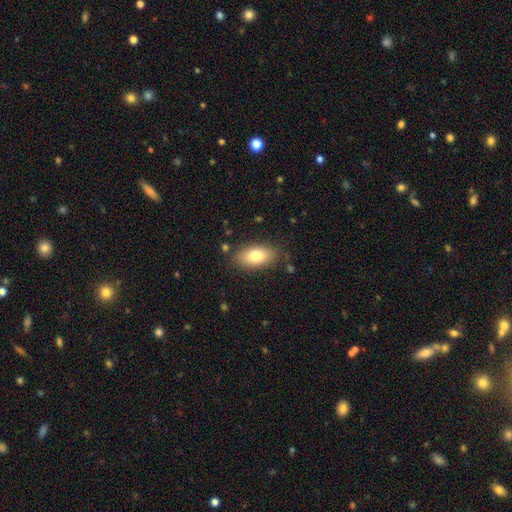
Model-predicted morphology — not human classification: Smooth or featured?
  - smooth: 80% *
  - featured or disk: 13%
  - star or artifact: 7%
How rounded?
  - in between: 91% *
  - round: 5%
  - cigar-shaped: 4%
Merging?
  - none: 83% *
  - minor disturbance: 12%
  - major disturbance: 3%
  - merger: 2%